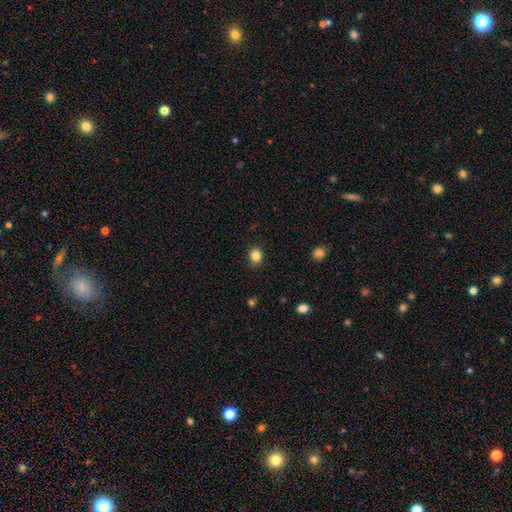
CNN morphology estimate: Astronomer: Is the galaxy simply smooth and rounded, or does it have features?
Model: smooth — 84%.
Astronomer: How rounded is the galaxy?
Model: round — 64%.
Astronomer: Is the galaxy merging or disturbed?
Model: none — 84%.